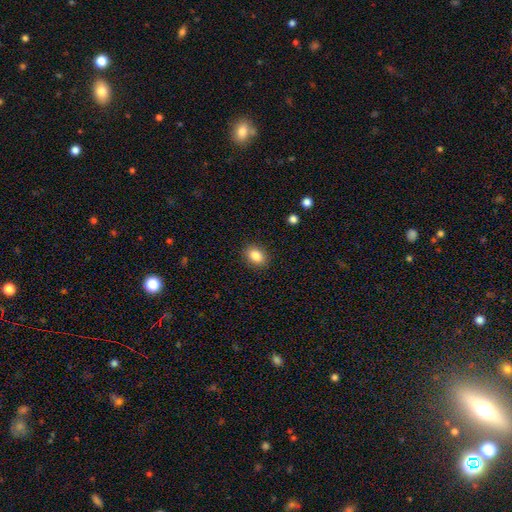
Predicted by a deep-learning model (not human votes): This is clearly a smooth galaxy (84%). How rounded: likely in between (68%). Merging: clearly none (89%).